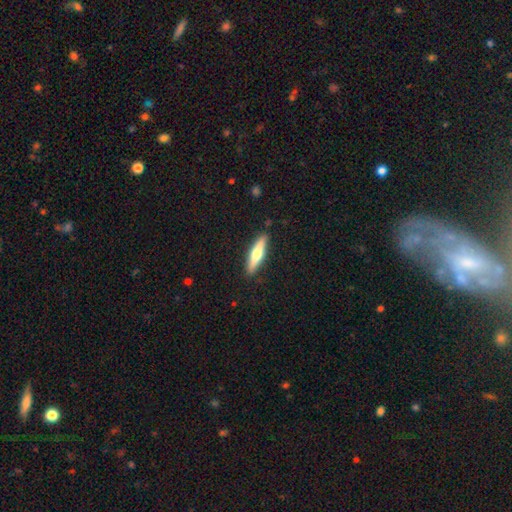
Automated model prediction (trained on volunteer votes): Smooth or featured?
  - smooth: 53% *
  - featured or disk: 42%
  - star or artifact: 5%
How rounded?
  - cigar-shaped: 78% *
  - in between: 20%
  - round: 2%
Merging?
  - none: 89% *
  - minor disturbance: 8%
  - major disturbance: 2%
  - merger: 1%